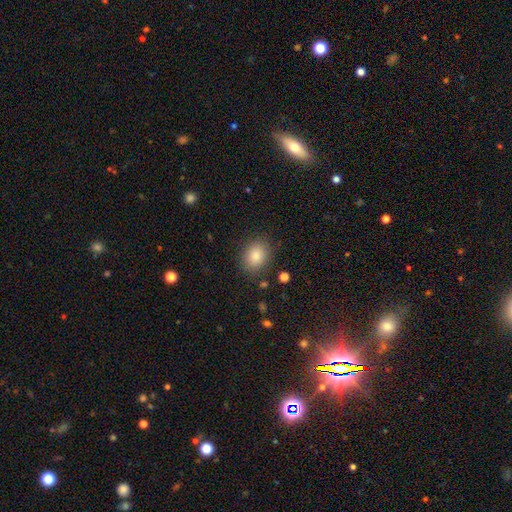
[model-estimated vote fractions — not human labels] smooth-or-featured: smooth: 82% | star or artifact: 11% | featured or disk: 7%
  how-rounded: in between: 56% | round: 43% | cigar-shaped: 1%
  merging: none: 86% | minor disturbance: 10% | major disturbance: 3% | merger: 1%